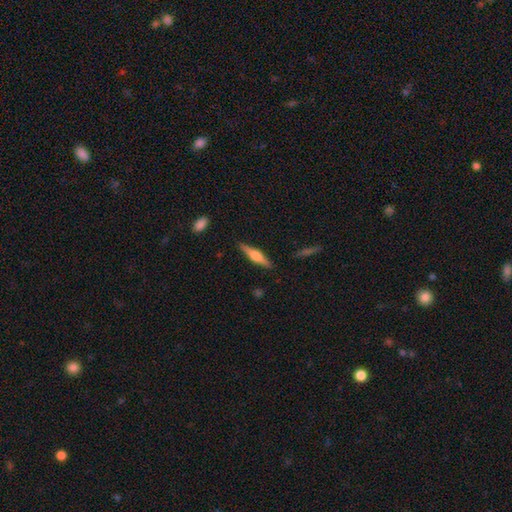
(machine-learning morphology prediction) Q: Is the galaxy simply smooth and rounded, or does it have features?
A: featured or disk — 54%.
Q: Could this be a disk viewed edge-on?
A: yes — 96%.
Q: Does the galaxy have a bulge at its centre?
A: rounded — 80%.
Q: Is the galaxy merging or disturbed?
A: none — 88%.